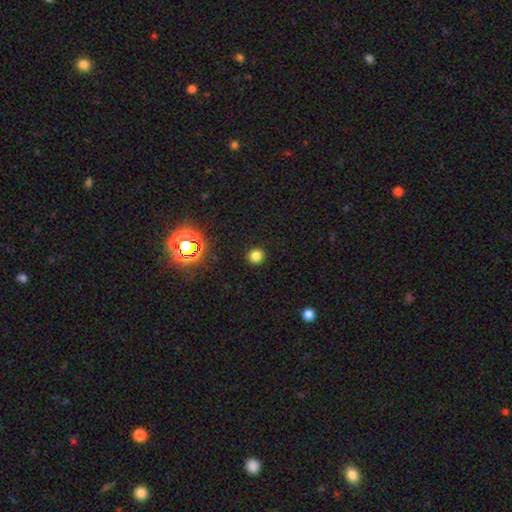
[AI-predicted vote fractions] This appears to be a smooth galaxy with no disk features (79%) that is round (92%). Merging: none (91%).